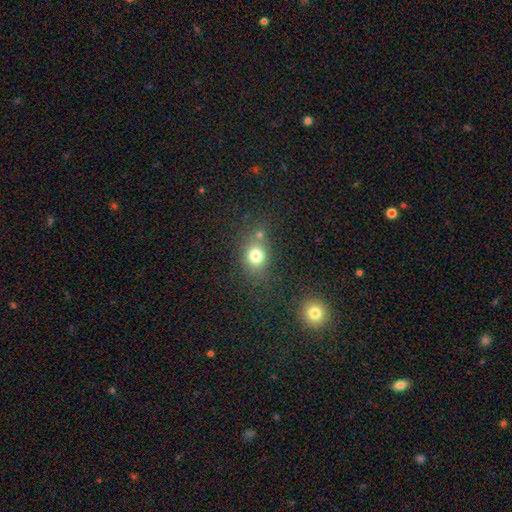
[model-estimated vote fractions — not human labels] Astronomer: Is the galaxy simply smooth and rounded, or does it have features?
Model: smooth — 75%.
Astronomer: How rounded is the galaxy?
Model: round — 64%.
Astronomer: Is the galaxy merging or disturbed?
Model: none — 66%.